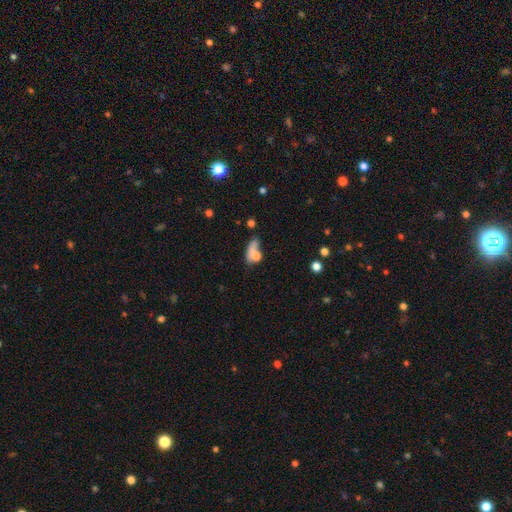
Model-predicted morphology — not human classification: Smooth or featured?
  - smooth: 67% *
  - featured or disk: 22%
  - star or artifact: 11%
How rounded?
  - in between: 63% *
  - round: 27%
  - cigar-shaped: 10%
Merging?
  - none: 29% *
  - major disturbance: 27%
  - merger: 24%
  - minor disturbance: 20%